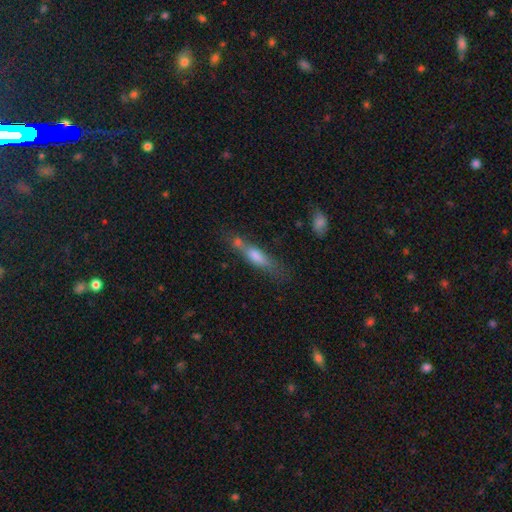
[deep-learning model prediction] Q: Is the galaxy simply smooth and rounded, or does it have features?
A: smooth — 58%.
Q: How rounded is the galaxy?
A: cigar-shaped — 73%.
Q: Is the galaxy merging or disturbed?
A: none — 50%.